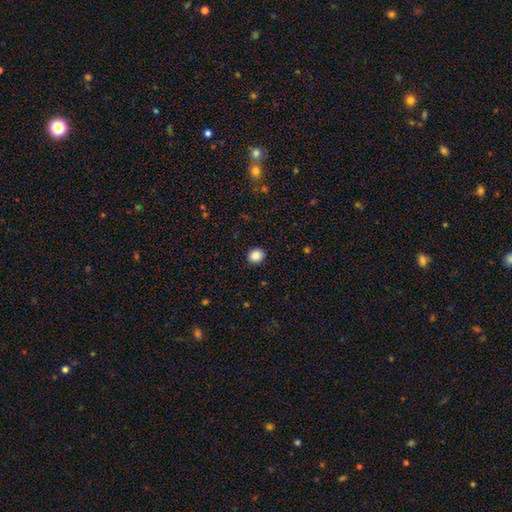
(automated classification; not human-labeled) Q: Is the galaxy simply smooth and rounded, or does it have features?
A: smooth — 88%.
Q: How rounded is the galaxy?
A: round — 79%.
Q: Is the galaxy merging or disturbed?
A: none — 91%.